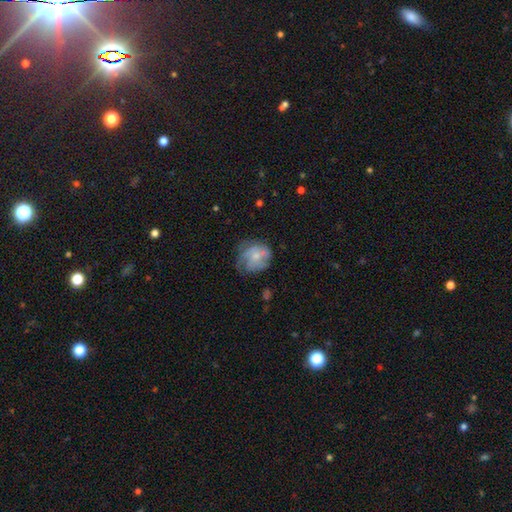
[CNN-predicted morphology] A featured or disk galaxy (51%). Merging: none (54%).